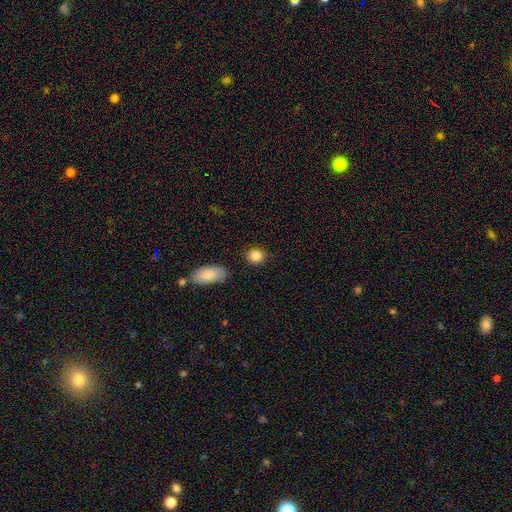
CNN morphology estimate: type=smooth (86%); roundness=round (74%); merging=none (86%).